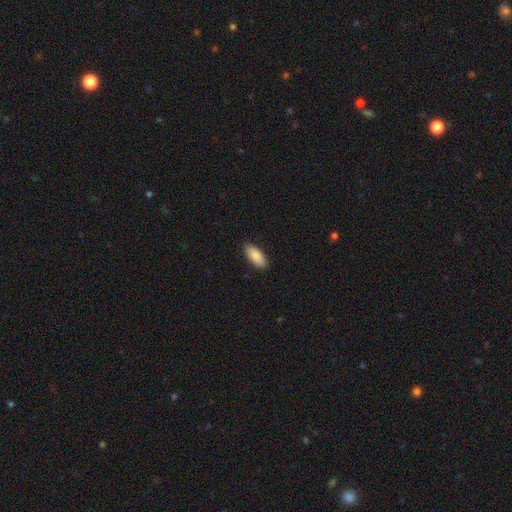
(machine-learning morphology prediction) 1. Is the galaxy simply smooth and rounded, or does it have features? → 89% smooth, 6% star or artifact, 5% featured or disk.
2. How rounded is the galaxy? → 87% in between, 11% cigar-shaped, 2% round.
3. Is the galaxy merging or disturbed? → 89% none, 8% minor disturbance, 2% major disturbance, 1% merger.